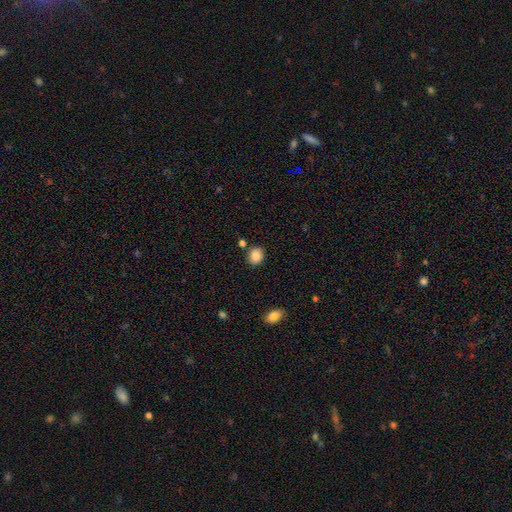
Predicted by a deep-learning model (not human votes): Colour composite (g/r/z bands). It shows a smooth galaxy with no disk features (87%) that is round (63%). Merging: none (79%).